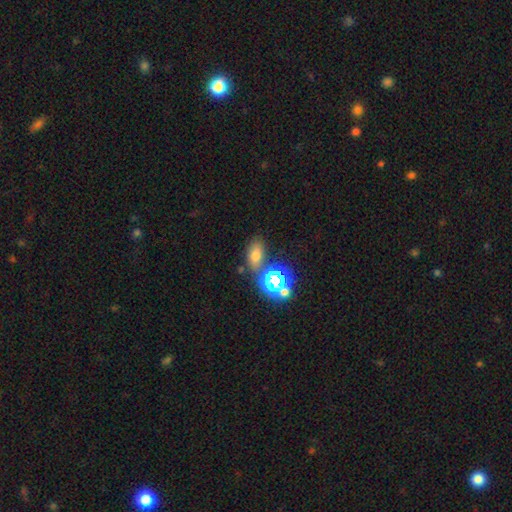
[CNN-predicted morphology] type=smooth (57%); roundness=in between (81%); merging=none (67%).